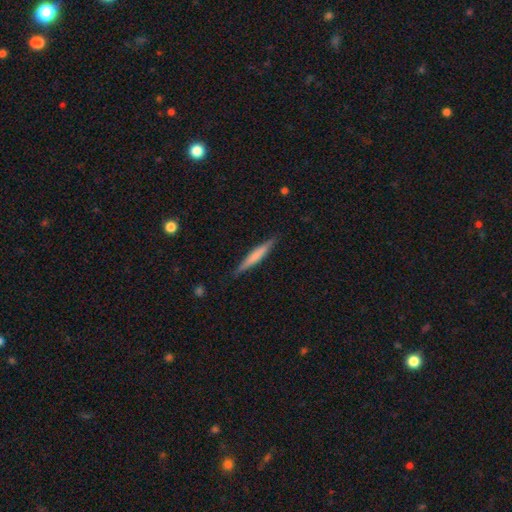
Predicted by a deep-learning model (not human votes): Q: Smooth or featured?
A: smooth (52%); runner-up: featured or disk (42%)
Q: How rounded?
A: cigar-shaped (94%); runner-up: in between (5%)
Q: Merging?
A: none (89%); runner-up: minor disturbance (8%)